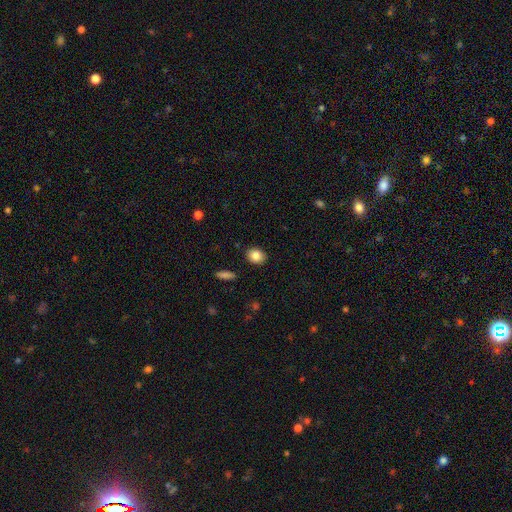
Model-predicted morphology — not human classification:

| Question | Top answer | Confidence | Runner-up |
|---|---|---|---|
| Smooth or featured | smooth | 85% | star or artifact (9%) |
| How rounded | in between | 52% | round (47%) |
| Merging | none | 88% | minor disturbance (8%) |